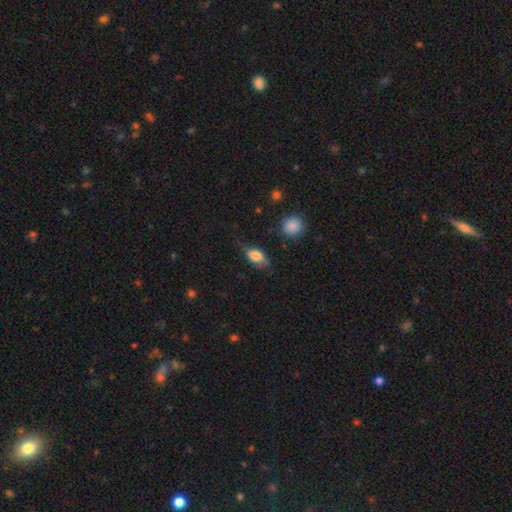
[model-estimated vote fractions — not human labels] smooth 61%, featured or disk 30%, star or artifact 9%. Down the decision tree: how rounded — in between (80%); merging — none (56%).